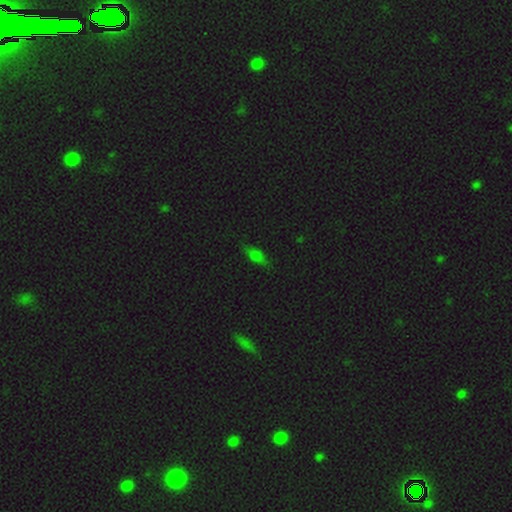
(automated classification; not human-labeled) smooth-or-featured: smooth: 64% | star or artifact: 20% | featured or disk: 16%
  how-rounded: in between: 75% | cigar-shaped: 19% | round: 6%
  merging: none: 77% | minor disturbance: 17% | major disturbance: 4% | merger: 2%